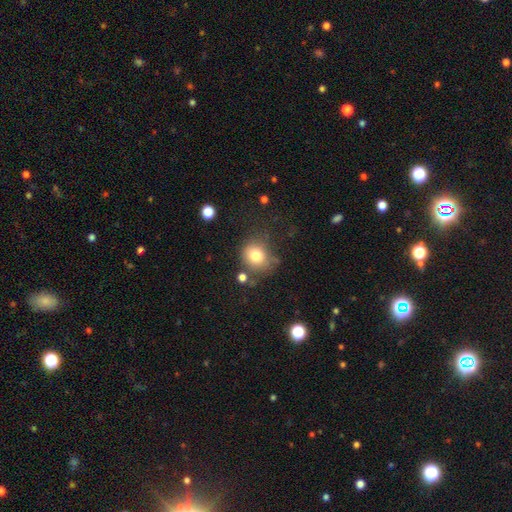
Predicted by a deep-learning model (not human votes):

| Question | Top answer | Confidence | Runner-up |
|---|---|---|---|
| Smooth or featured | smooth | 78% | star or artifact (12%) |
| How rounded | round | 79% | in between (20%) |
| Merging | none | 64% | minor disturbance (20%) |